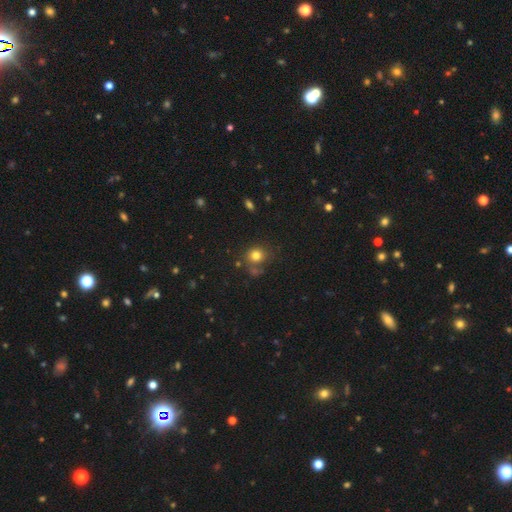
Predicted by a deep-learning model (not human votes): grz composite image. It shows a smooth galaxy with no disk features (78%) that is round (82%). Merging: none (70%).